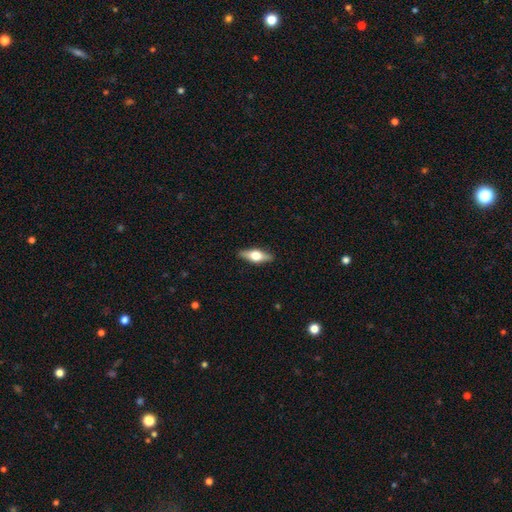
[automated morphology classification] Smooth or featured: featured or disk — 54% (smooth — 39%)
Edge-on disk: yes — 93% (no — 7%)
Edge-on bulge: rounded — 95% (boxy — 4%)
Merging: none — 89% (minor disturbance — 8%)